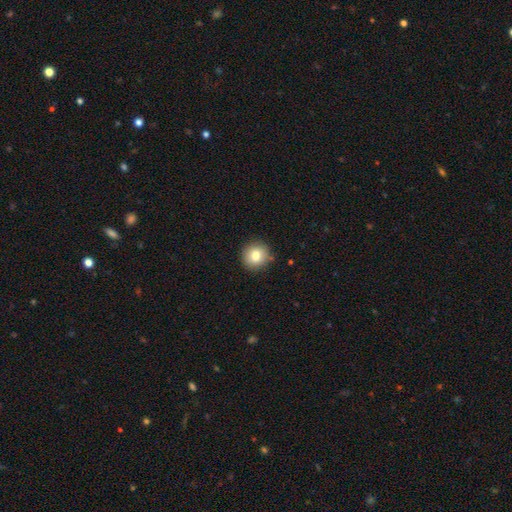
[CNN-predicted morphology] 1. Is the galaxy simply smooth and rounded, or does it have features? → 81% smooth, 10% star or artifact, 9% featured or disk.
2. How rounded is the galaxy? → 93% round, 6% in between, 1% cigar-shaped.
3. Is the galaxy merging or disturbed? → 89% none, 8% minor disturbance, 2% major disturbance, 2% merger.